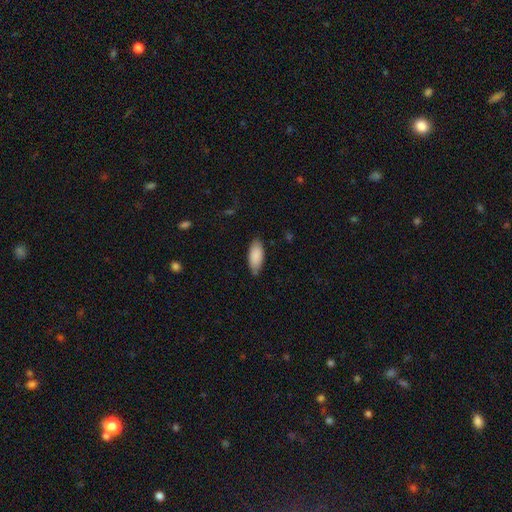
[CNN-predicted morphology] Smooth or featured? smooth (89%)
How rounded? in between (86%)
Merging? none (79%)